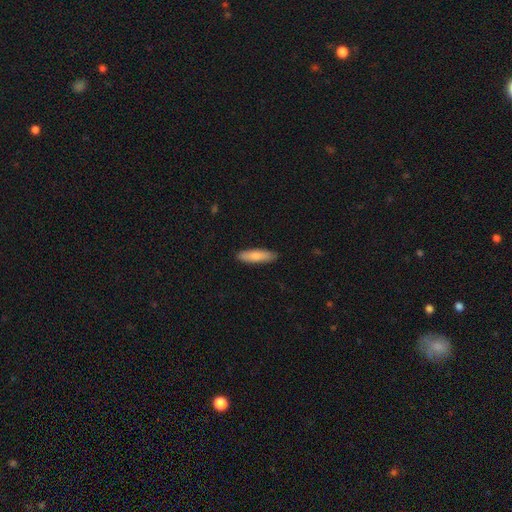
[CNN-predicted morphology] A smooth galaxy with no disk features (79%) that is cigar-shaped (70%). Merging: none (90%).